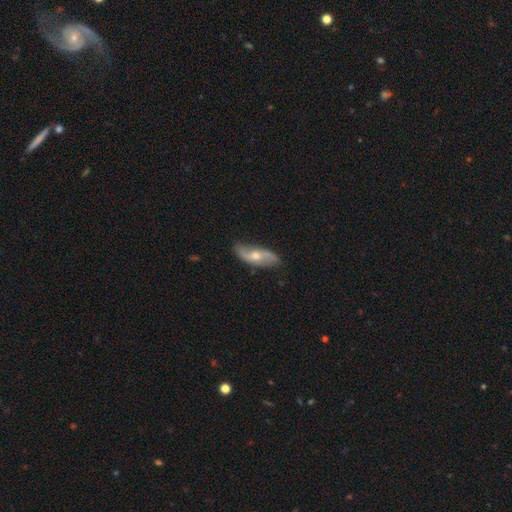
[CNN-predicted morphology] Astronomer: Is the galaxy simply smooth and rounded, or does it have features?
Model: featured or disk — 72%.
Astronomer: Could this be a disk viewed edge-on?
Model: no — 86%.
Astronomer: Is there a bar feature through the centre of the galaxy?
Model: no — 65%.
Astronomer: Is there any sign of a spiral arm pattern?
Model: yes — 89%.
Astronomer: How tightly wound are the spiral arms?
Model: loose — 75%.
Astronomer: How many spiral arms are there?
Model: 2 — 91%.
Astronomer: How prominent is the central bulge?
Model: moderate — 60% (runner-up: small, 36%).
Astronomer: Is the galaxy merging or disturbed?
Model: none — 79%.